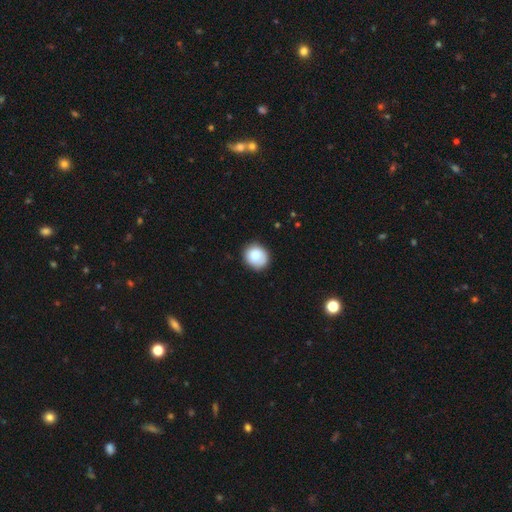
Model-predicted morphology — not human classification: Smooth or featured? smooth (85%)
How rounded? round (79%)
Merging? none (81%)